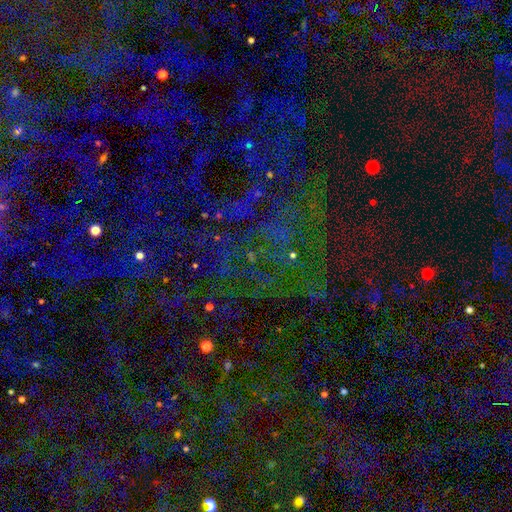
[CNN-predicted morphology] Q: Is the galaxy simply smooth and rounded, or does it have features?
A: star or artifact — 78%.